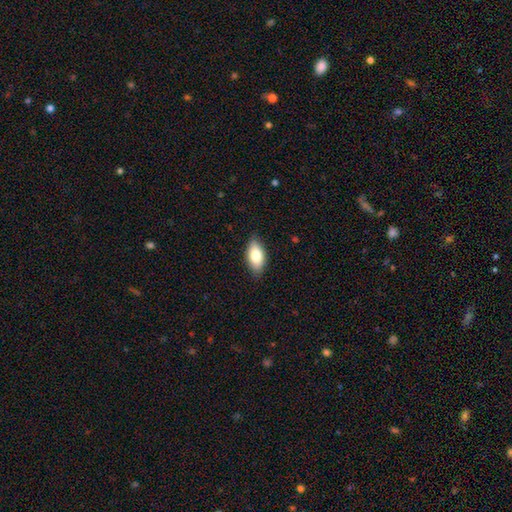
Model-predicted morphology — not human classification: smooth 80%, featured or disk 13%, star or artifact 6%. Down the decision tree: how rounded — in between (92%); merging — none (85%).